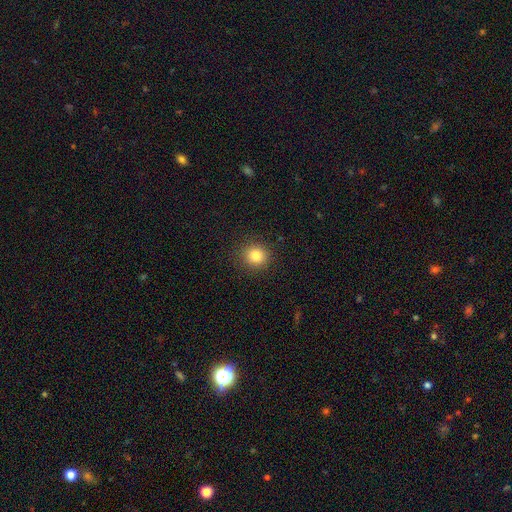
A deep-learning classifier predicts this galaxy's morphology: This is clearly a smooth galaxy (83%). How rounded: clearly round (89%). Merging: clearly none (90%).